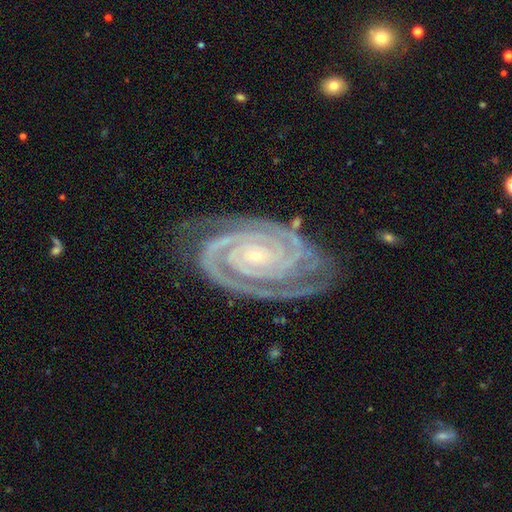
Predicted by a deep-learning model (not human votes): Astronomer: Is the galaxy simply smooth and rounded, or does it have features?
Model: featured or disk — 93%.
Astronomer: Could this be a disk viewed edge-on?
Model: no — 97%.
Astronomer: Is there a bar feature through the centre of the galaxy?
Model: no — 66%.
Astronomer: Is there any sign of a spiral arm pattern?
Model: yes — 99%.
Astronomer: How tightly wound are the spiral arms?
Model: tight — 85%.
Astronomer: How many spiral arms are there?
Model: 2 — 69%.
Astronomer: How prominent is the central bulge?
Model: small — 82%.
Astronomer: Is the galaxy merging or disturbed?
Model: none — 77%.